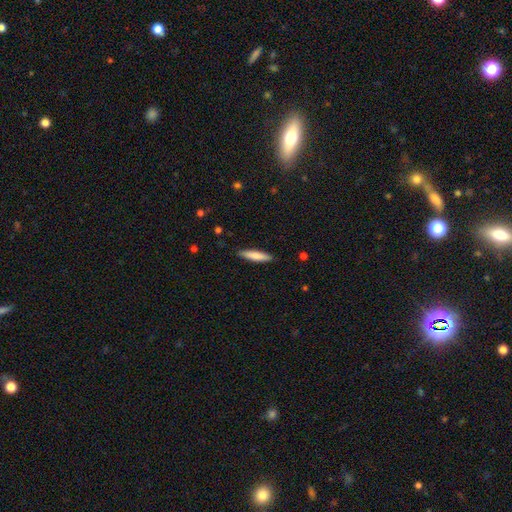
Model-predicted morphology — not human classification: A smooth galaxy with no disk features (74%) that is cigar-shaped (82%).

Vote fractions:
- Smooth or featured? smooth: 74% / featured or disk: 21% / star or artifact: 5%
- How rounded? cigar-shaped: 82% / in between: 16% / round: 1%
- Merging? none: 89% / minor disturbance: 8% / major disturbance: 2% / merger: 1%